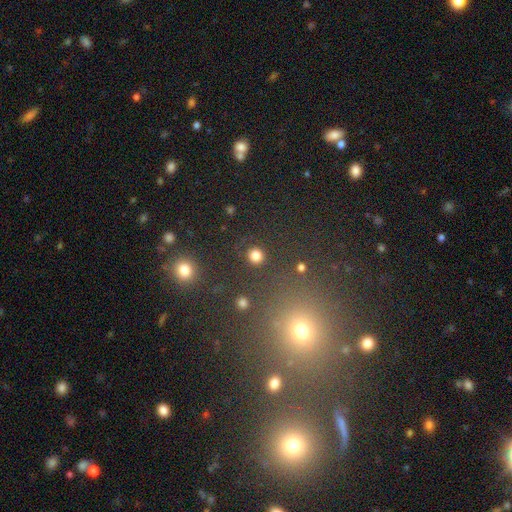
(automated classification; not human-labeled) Morphology: type=smooth (83%); roundness=round (92%); merging=none (90%).